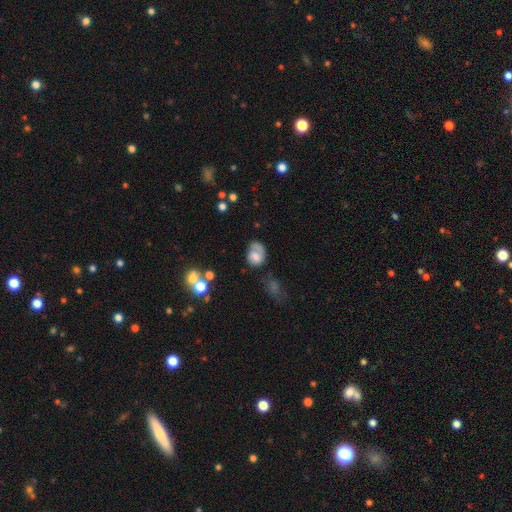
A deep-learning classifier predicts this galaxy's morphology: Smooth or featured: smooth — 62% (featured or disk — 28%)
How rounded: in between — 62% (round — 36%)
Merging: none — 39% (minor disturbance — 27%)